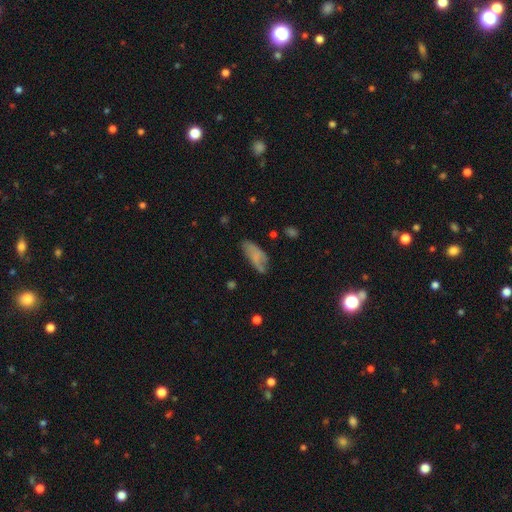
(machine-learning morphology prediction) Smooth or featured? smooth (65%)
How rounded? in between (80%)
Merging? none (49%)